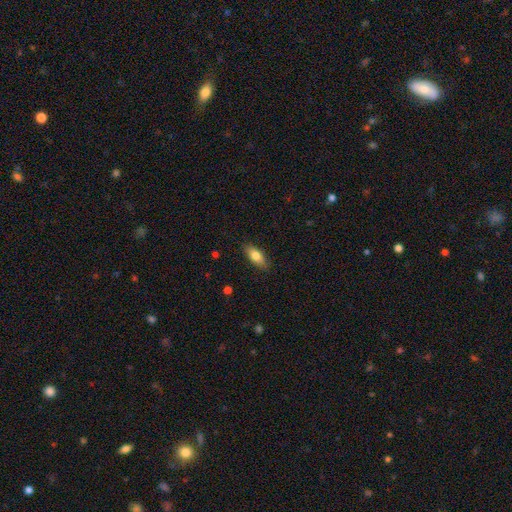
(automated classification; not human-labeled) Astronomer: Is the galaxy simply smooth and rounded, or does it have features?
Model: smooth — 79%.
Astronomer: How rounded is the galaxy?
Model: in between — 80%.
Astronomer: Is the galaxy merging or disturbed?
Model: none — 86%.